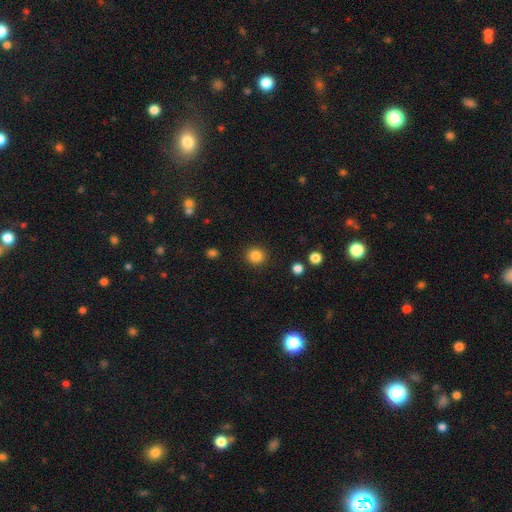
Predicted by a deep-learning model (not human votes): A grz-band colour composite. It shows a smooth galaxy with no disk features (85%) that is round (90%). Merging: none (91%).